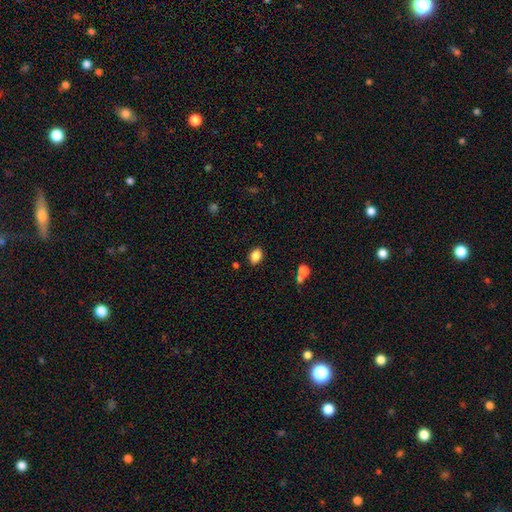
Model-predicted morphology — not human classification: smooth_or_featured: smooth (p=0.85) [alt: star or artifact p=0.10]
how_rounded: in between (p=0.73) [alt: round p=0.26]
merging: none (p=0.86) [alt: minor disturbance p=0.09]